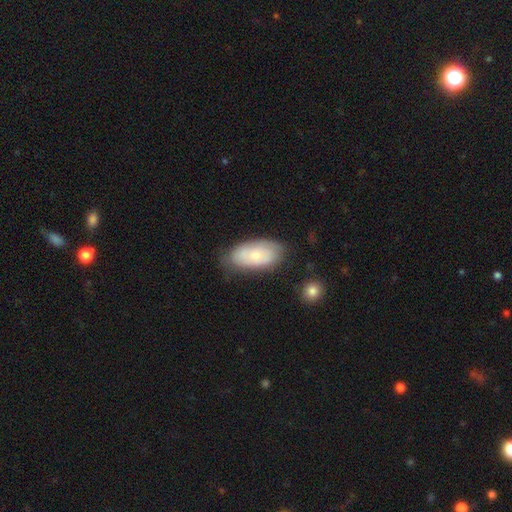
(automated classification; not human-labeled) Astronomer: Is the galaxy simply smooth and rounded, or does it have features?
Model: smooth — 63%.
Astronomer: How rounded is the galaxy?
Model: in between — 93%.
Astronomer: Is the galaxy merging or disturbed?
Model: none — 69%.